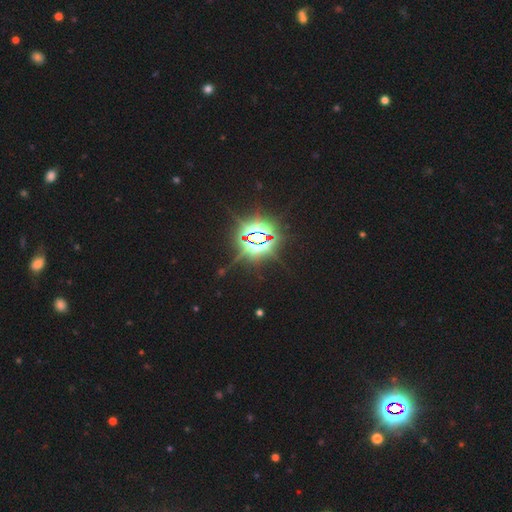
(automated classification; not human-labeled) smooth_or_featured: star or artifact (p=0.86) [alt: smooth p=0.09]